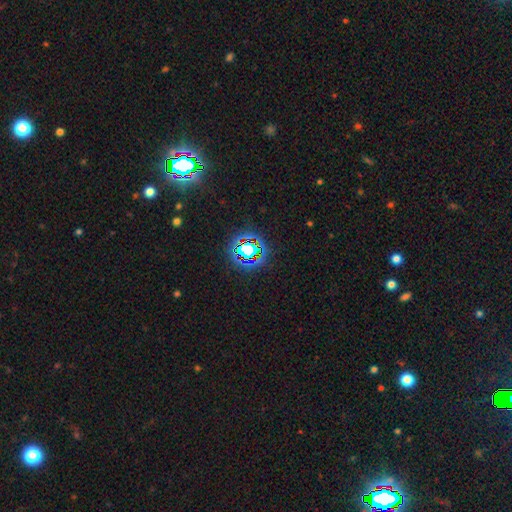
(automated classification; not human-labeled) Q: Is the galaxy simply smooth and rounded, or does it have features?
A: star or artifact — 80%.